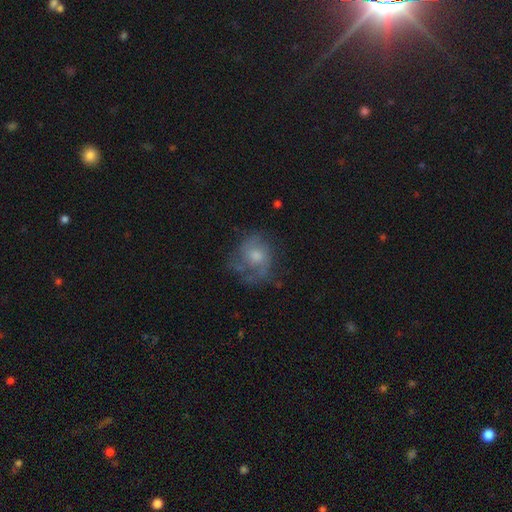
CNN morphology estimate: A featured or disk galaxy (56%) with no bar (77%), spiral arms (75%) and a moderate central bulge (50%).

Vote fractions:
- Smooth or featured? featured or disk: 56% / smooth: 34% / star or artifact: 10%
- Edge-on disk? no: 97% / yes: 3%
- Bar? no: 77% / weak: 20% / strong: 2%
- Spiral arms? yes: 75% / no: 25%
- Bulge size? moderate: 50% / small: 32% / large: 9% / none: 7% / dominant: 2%
- Merging? none: 52% / minor disturbance: 23% / major disturbance: 23% / merger: 2%